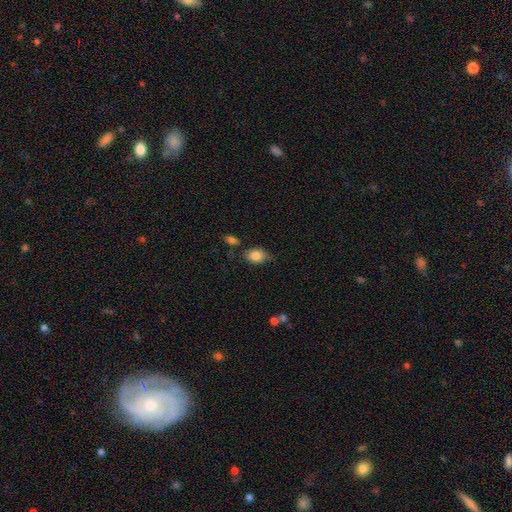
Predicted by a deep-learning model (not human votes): This is clearly a smooth galaxy (83%). How rounded: likely in between (72%). Merging: likely none (62%).